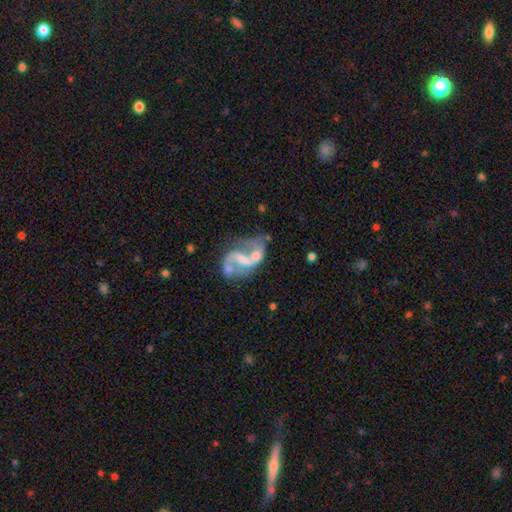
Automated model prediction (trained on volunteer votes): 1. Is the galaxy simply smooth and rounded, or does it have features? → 83% featured or disk, 10% smooth, 7% star or artifact.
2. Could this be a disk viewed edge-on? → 98% no, 2% yes.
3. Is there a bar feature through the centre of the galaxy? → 45% weak, 30% strong, 25% no.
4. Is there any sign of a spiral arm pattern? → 88% yes, 12% no.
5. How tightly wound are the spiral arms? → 63% loose, 31% medium, 6% tight.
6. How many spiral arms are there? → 89% 2, 5% 1, 3% can't tell, 1% 3, 1% 4, 1% more than 4.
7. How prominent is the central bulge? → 34% small, 31% moderate, 28% none, 5% large, 1% dominant.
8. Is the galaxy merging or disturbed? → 39% none, 24% merger, 20% major disturbance, 18% minor disturbance.